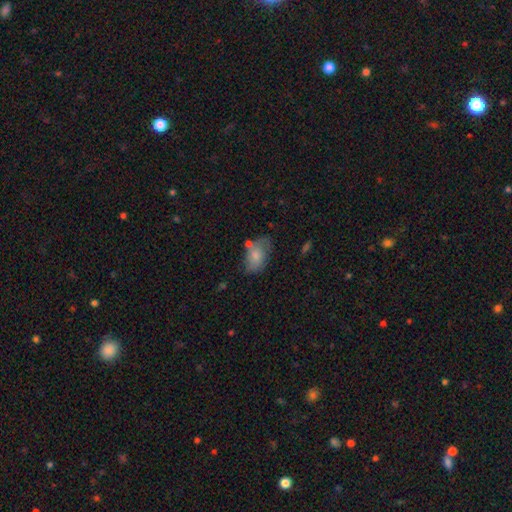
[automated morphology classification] Smooth or featured?
  - smooth: 74% *
  - featured or disk: 18%
  - star or artifact: 7%
How rounded?
  - in between: 90% *
  - round: 8%
  - cigar-shaped: 2%
Merging?
  - none: 46% *
  - minor disturbance: 29%
  - merger: 13%
  - major disturbance: 12%